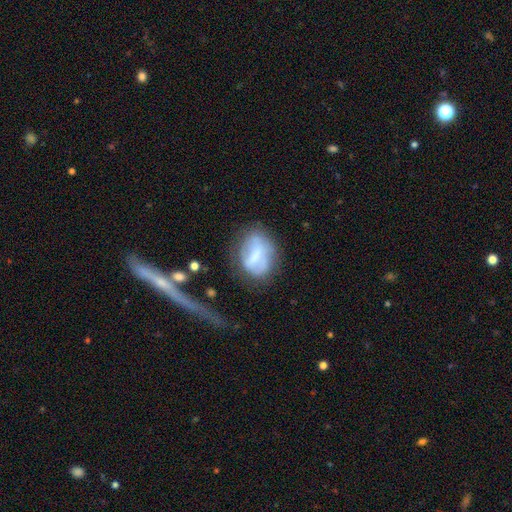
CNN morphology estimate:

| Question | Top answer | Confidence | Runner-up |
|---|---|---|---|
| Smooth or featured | smooth | 47% | featured or disk (44%) |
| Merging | none | 53% | minor disturbance (24%) |